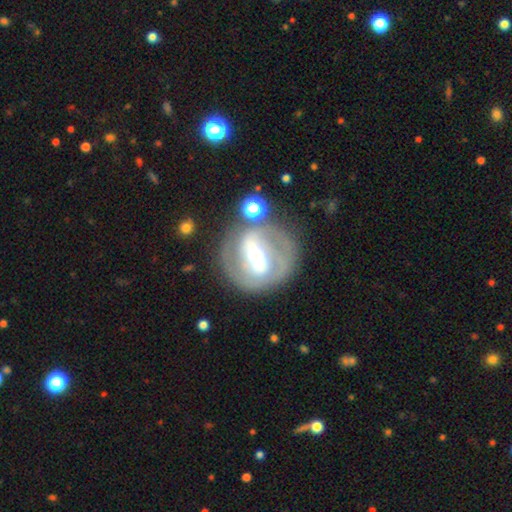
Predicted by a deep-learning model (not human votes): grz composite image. It shows a featured or disk galaxy (80%) with a strong bar (53%), 2 (69%) tight (48%) spiral arms (76%) and a moderate central bulge (64%). Merging: none (73%).